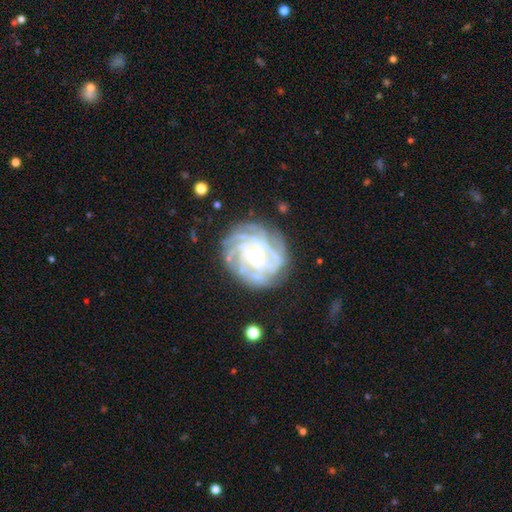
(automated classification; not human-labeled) A featured or disk galaxy (85%) with no bar (69%), tight (74%) spiral arms (94%) and a small central bulge (51%). Merging: none (77%).